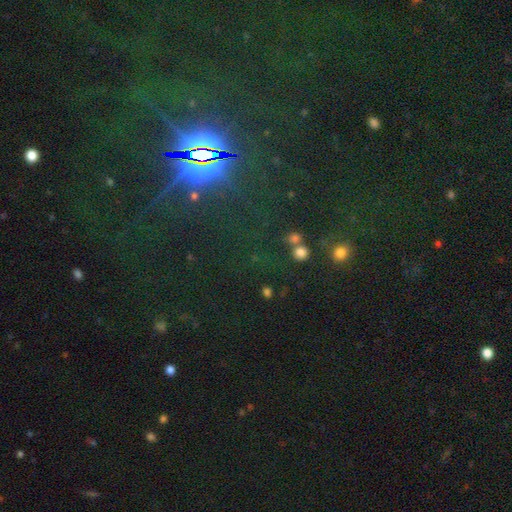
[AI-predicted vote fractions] Smooth or featured: star or artifact — 81% (smooth — 11%)